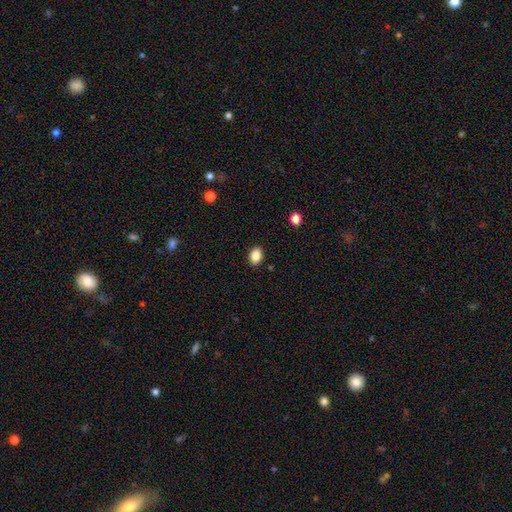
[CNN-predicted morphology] type=smooth (87%); roundness=in between (75%); merging=none (89%).